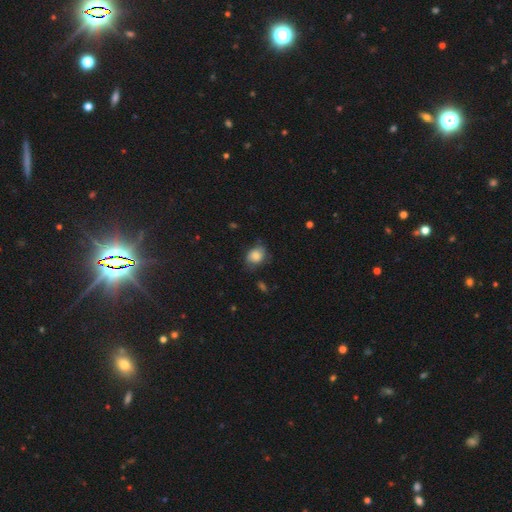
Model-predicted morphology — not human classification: Smooth or featured? smooth (74%)
How rounded? in between (57%)
Merging? none (61%)